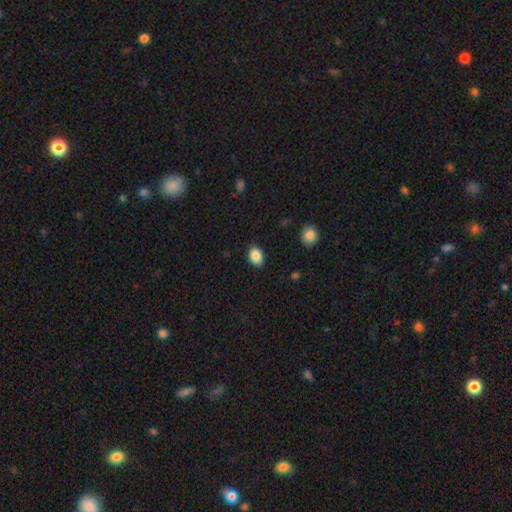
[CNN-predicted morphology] smooth_or_featured: smooth (p=0.88) [alt: star or artifact p=0.08]
how_rounded: in between (p=0.79) [alt: round p=0.20]
merging: none (p=0.87) [alt: minor disturbance p=0.09]